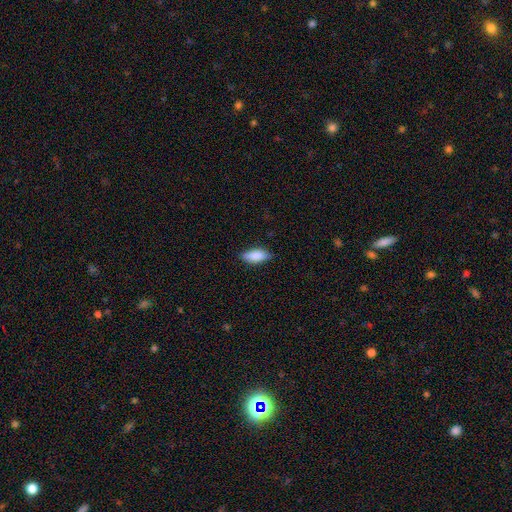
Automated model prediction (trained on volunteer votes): Overall: smooth (83%). How rounded: in between (78%). Merging: none (82%).